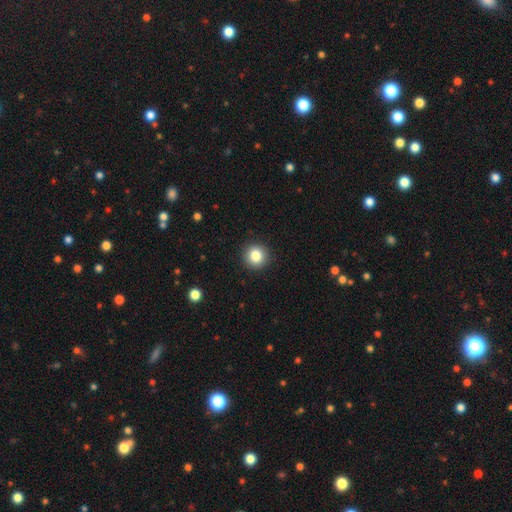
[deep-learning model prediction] A smooth galaxy with no disk features (84%) that is round (93%). Merging: none (92%).